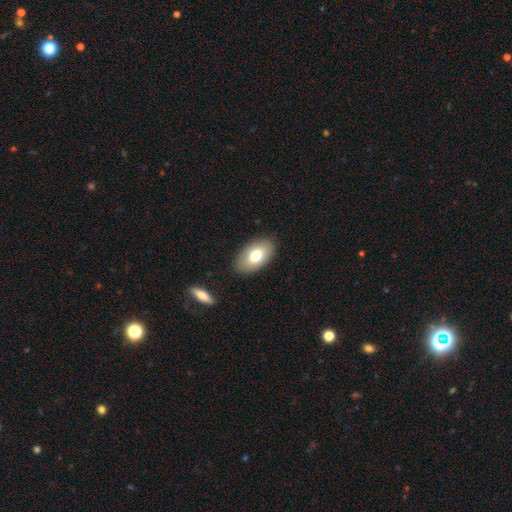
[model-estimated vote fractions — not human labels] A smooth galaxy with no disk features (72%) that is in between round and cigar-shaped (93%).

Vote fractions:
- Smooth or featured? smooth: 72% / featured or disk: 21% / star or artifact: 7%
- How rounded? in between: 93% / round: 5% / cigar-shaped: 2%
- Merging? none: 87% / minor disturbance: 9% / major disturbance: 2% / merger: 1%